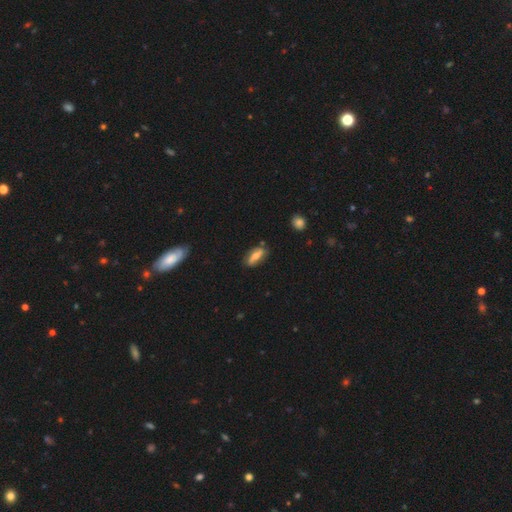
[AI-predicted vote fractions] This appears to be a smooth galaxy with no disk features (49%). Merging: none (76%).